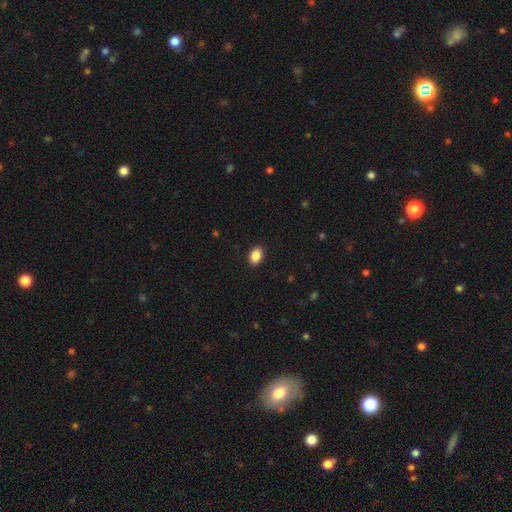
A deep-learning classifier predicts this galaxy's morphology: smooth 88%, star or artifact 8%, featured or disk 4%. Down the decision tree: how rounded — in between (81%); merging — none (90%).